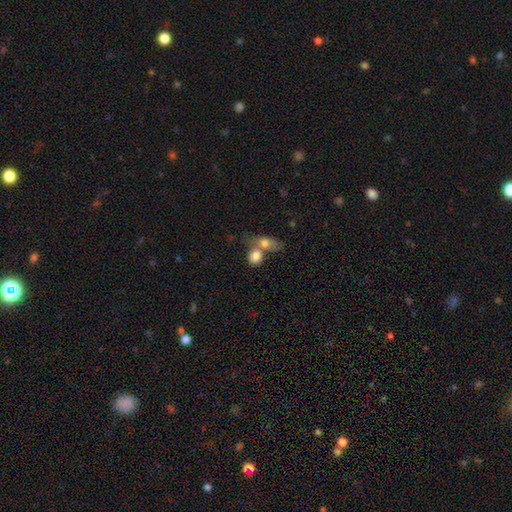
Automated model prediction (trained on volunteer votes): smooth_or_featured: smooth (p=0.81) [alt: featured or disk p=0.11]
how_rounded: round (p=0.49) [alt: in between p=0.47]
merging: merger (p=0.58) [alt: none p=0.28]